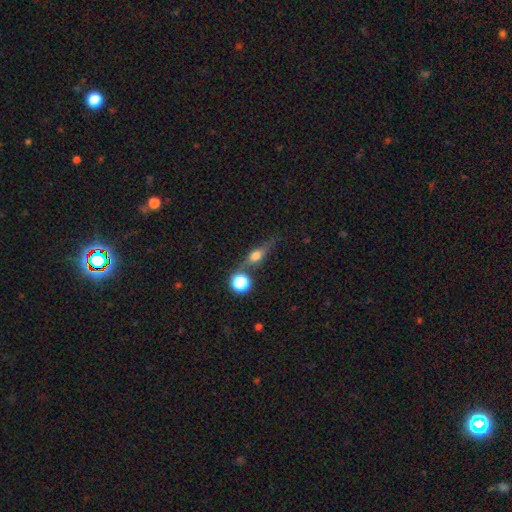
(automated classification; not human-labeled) Smooth or featured? featured or disk (46%)
Merging? none (61%)